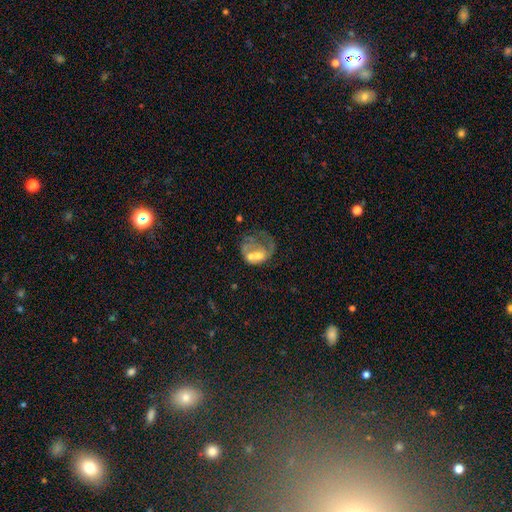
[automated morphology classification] This is possibly a featured or disk galaxy (59%). It is clearly not viewed edge-on (98%). Bar: likely no (77%). Spiral arm pattern: possibly no (57%). Central bulge: possibly moderate (50%). Merging: marginally merger (36%).